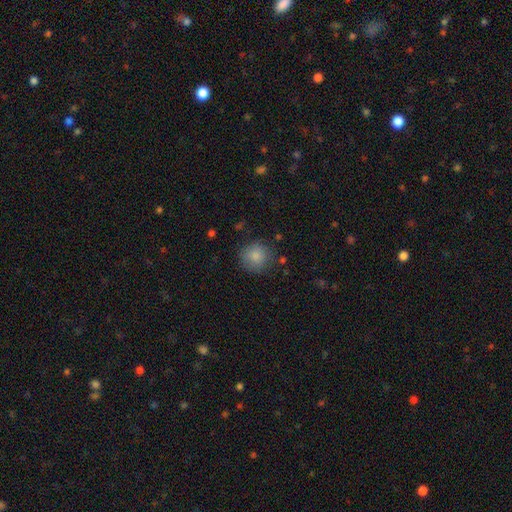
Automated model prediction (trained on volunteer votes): Overall: smooth (84%). How rounded: round (92%). Merging: none (80%).